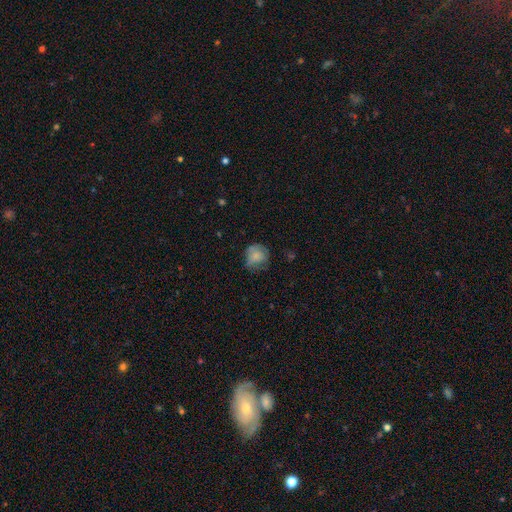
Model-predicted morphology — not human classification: Q: Smooth or featured?
A: smooth (74%); runner-up: featured or disk (18%)
Q: How rounded?
A: round (79%); runner-up: in between (20%)
Q: Merging?
A: none (55%); runner-up: minor disturbance (30%)